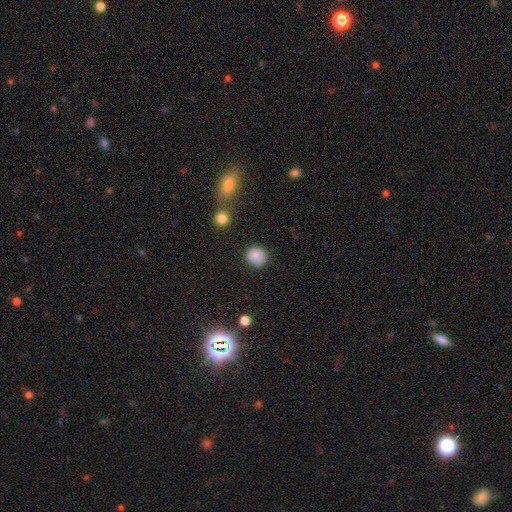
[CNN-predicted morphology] A smooth galaxy with no disk features (85%) that is round (85%). Merging: none (81%).